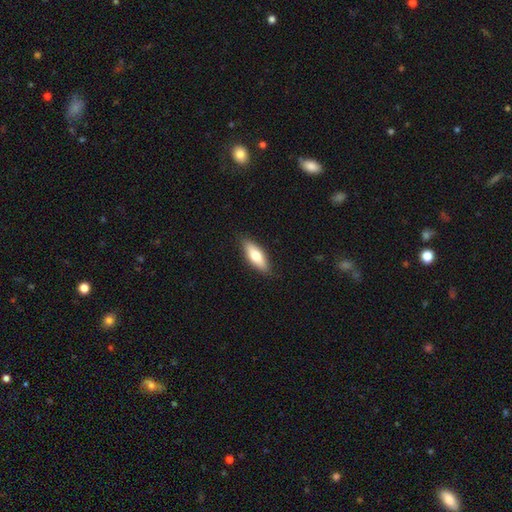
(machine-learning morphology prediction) A smooth galaxy with no disk features (69%) that is in between round and cigar-shaped (64%).

Vote fractions:
- Smooth or featured? smooth: 69% / featured or disk: 25% / star or artifact: 6%
- How rounded? in between: 64% / cigar-shaped: 34% / round: 2%
- Merging? none: 88% / minor disturbance: 10% / major disturbance: 2% / merger: 1%